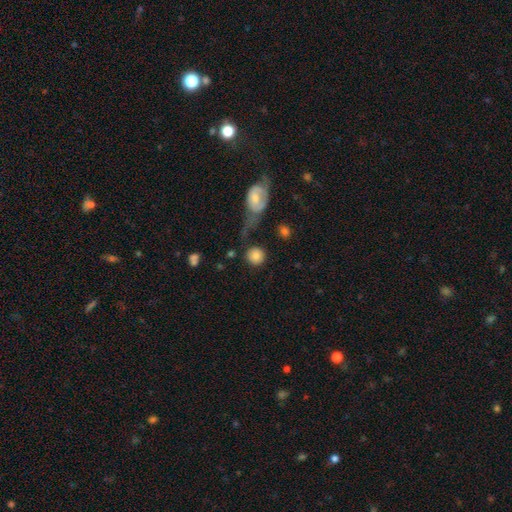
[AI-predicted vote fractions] This appears to be a smooth galaxy with no disk features (83%) that is round (92%). Merging: none (73%).